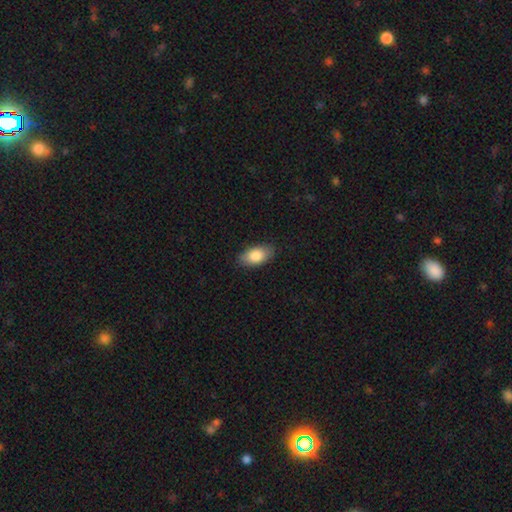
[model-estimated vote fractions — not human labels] smooth 84%, featured or disk 10%, star or artifact 6%. Down the decision tree: how rounded — in between (93%); merging — none (87%).